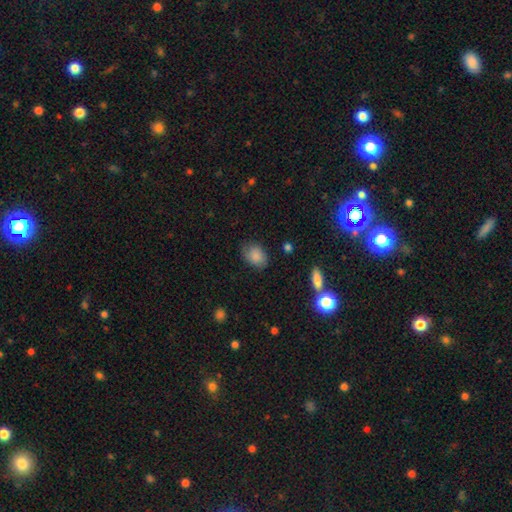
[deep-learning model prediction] Smooth or featured? smooth (86%)
How rounded? in between (73%)
Merging? none (76%)